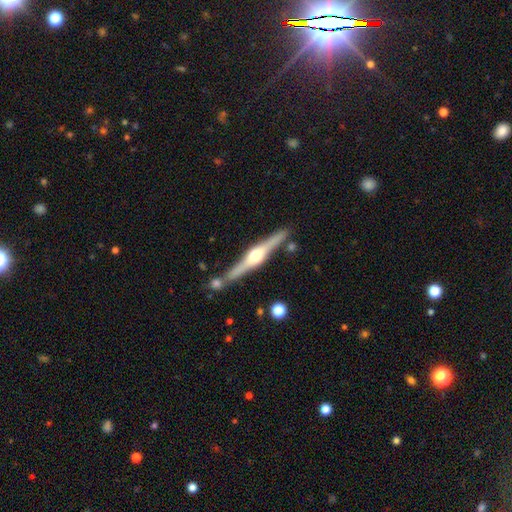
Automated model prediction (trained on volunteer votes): This is clearly a featured or disk galaxy (82%). It is clearly viewed edge-on (98%). Edge-on bulge: clearly rounded (92%). Merging: clearly none (82%).